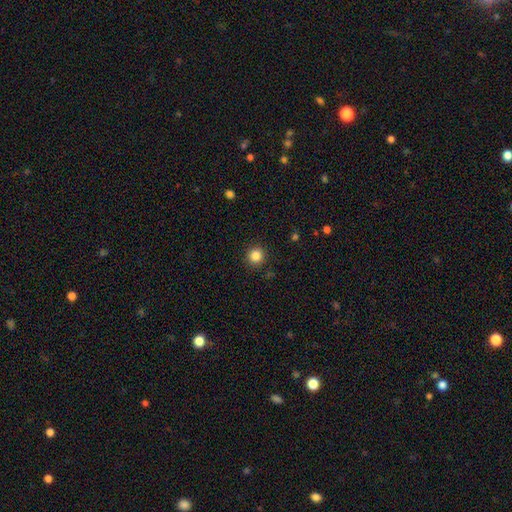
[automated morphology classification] This appears to be a smooth galaxy with no disk features (85%) that is round (93%). Merging: none (91%).